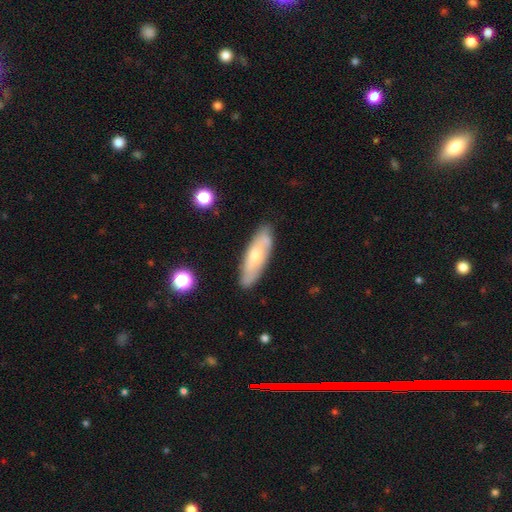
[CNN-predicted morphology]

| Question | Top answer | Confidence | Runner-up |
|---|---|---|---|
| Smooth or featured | smooth | 49% | featured or disk (44%) |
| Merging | none | 80% | minor disturbance (14%) |